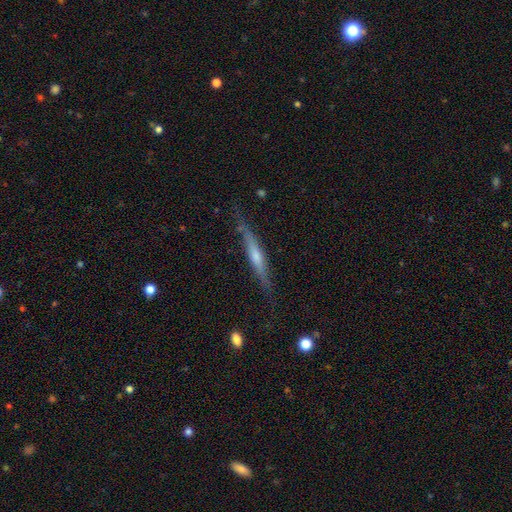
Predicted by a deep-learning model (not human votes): smooth_or_featured: featured or disk (p=0.65) [alt: smooth p=0.29]
disk_edge_on: yes (p=0.95) [alt: no p=0.05]
edge_on_bulge: rounded (p=0.60) [alt: none p=0.28]
merging: none (p=0.77) [alt: minor disturbance p=0.18]